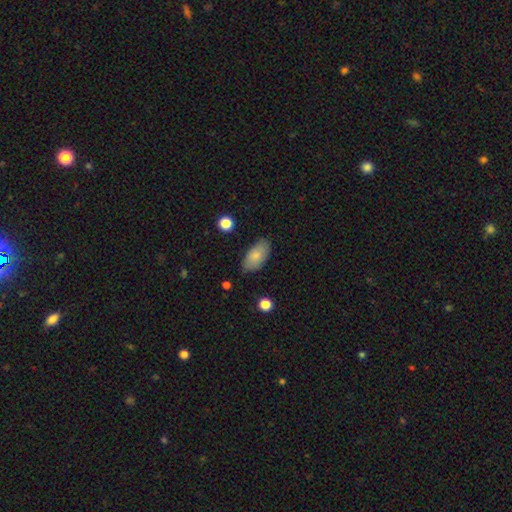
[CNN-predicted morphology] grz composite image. It shows a smooth galaxy with no disk features (81%) that is in between round and cigar-shaped (93%). Merging: none (79%).